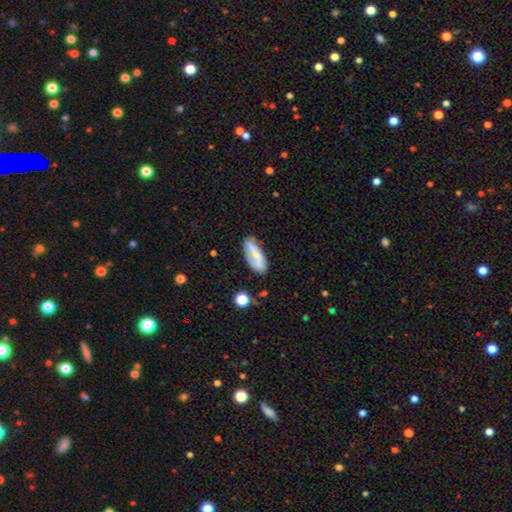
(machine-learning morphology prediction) A smooth galaxy with no disk features (59%) that is in between round and cigar-shaped (65%).

Vote fractions:
- Smooth or featured? smooth: 59% / featured or disk: 32% / star or artifact: 8%
- How rounded? in between: 65% / cigar-shaped: 33% / round: 3%
- Merging? none: 67% / minor disturbance: 22% / major disturbance: 7% / merger: 4%